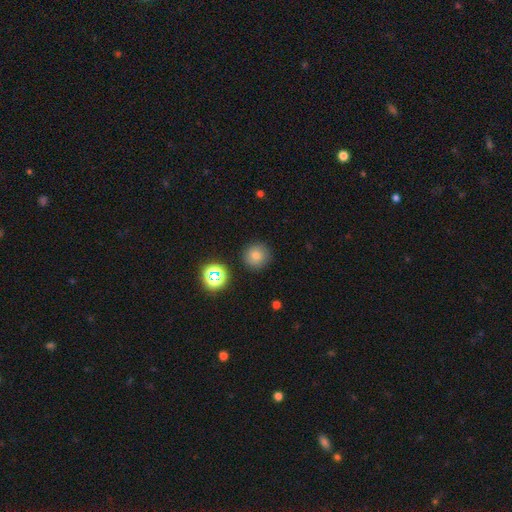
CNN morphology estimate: Smooth or featured: smooth — 76% (star or artifact — 15%)
How rounded: round — 95% (in between — 4%)
Merging: none — 89% (minor disturbance — 7%)